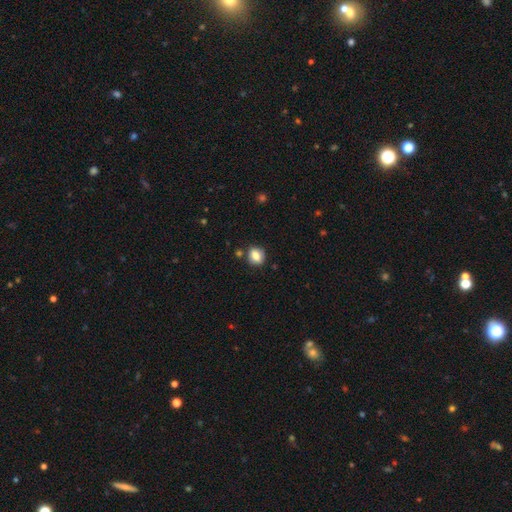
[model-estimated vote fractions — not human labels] Overall: smooth (78%). How rounded: round (65%; in between 34%). Merging: none (81%).